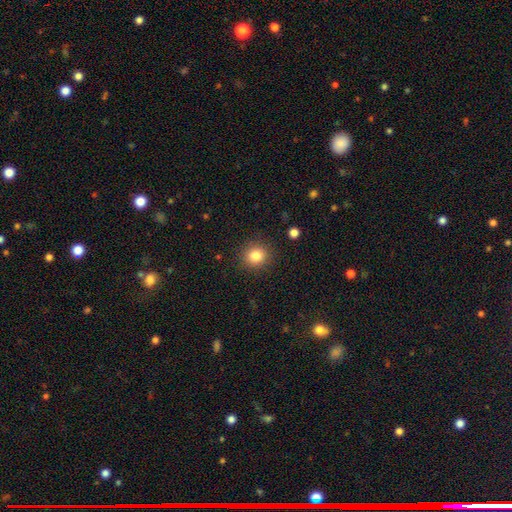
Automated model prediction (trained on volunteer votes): Smooth or featured?
  - smooth: 83% *
  - star or artifact: 11%
  - featured or disk: 6%
How rounded?
  - round: 88% *
  - in between: 11%
  - cigar-shaped: 1%
Merging?
  - none: 90% *
  - minor disturbance: 6%
  - major disturbance: 2%
  - merger: 1%